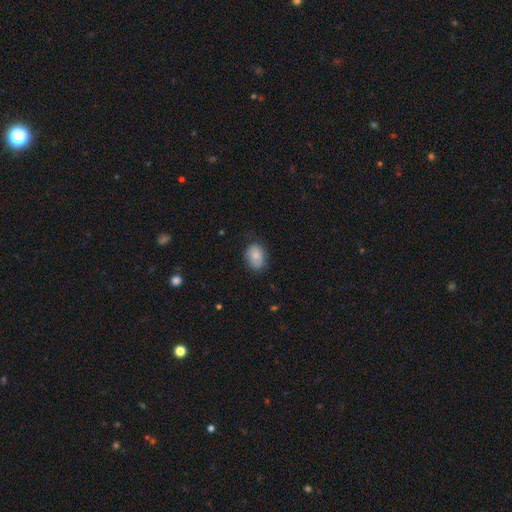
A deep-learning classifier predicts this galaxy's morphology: A smooth galaxy with no disk features (78%) that is in between round and cigar-shaped (75%).

Vote fractions:
- Smooth or featured? smooth: 78% / featured or disk: 14% / star or artifact: 8%
- How rounded? in between: 75% / round: 24% / cigar-shaped: 1%
- Merging? none: 72% / minor disturbance: 22% / major disturbance: 5% / merger: 1%